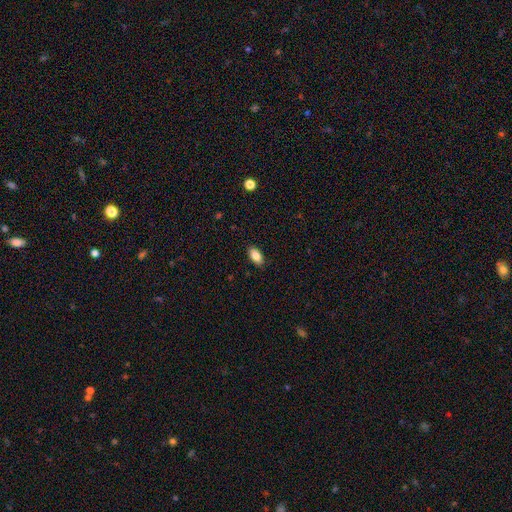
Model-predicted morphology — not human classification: smooth-or-featured: smooth: 86% | star or artifact: 7% | featured or disk: 6%
  how-rounded: in between: 92% | cigar-shaped: 4% | round: 4%
  merging: none: 89% | minor disturbance: 8% | major disturbance: 2% | merger: 1%